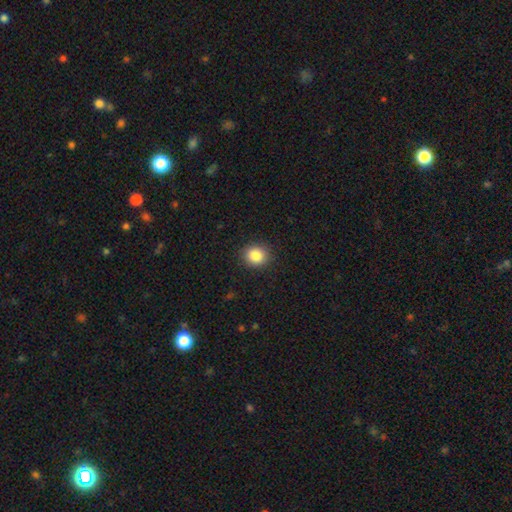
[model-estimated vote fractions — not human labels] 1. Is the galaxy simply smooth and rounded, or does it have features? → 86% smooth, 10% star or artifact, 5% featured or disk.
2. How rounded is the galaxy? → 76% round, 23% in between, 1% cigar-shaped.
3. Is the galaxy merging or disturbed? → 90% none, 7% minor disturbance, 2% major disturbance, 1% merger.